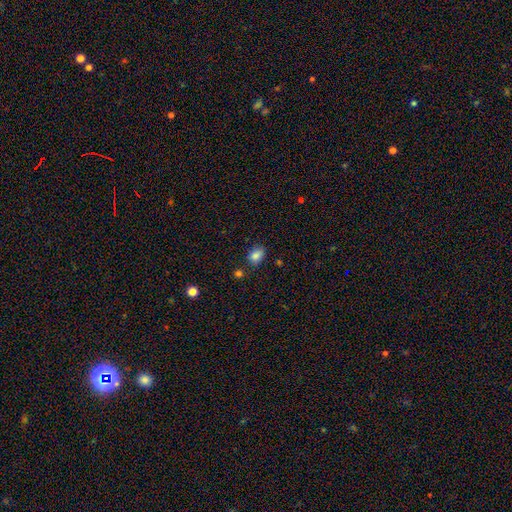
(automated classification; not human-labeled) This is clearly a smooth galaxy (84%). How rounded: likely in between (72%). Merging: likely none (71%).